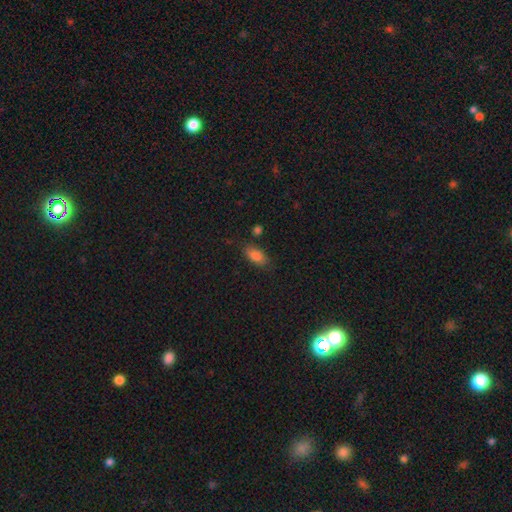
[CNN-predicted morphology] Smooth or featured? smooth (83%)
How rounded? in between (87%)
Merging? none (77%)